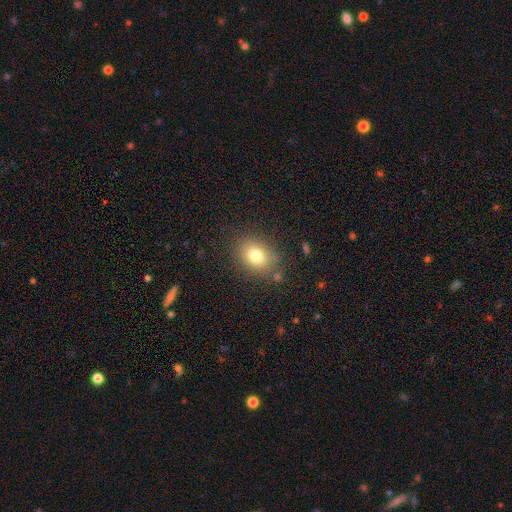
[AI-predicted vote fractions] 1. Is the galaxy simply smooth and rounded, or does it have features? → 78% smooth, 12% featured or disk, 11% star or artifact.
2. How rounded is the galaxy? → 63% in between, 36% round, 1% cigar-shaped.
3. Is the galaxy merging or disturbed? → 80% none, 13% minor disturbance, 4% major disturbance, 3% merger.